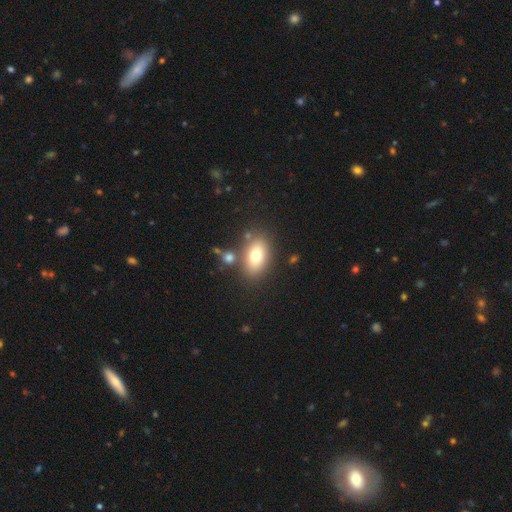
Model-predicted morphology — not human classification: This appears to be a smooth galaxy with no disk features (75%) that is in between round and cigar-shaped (87%). Merging: none (74%).